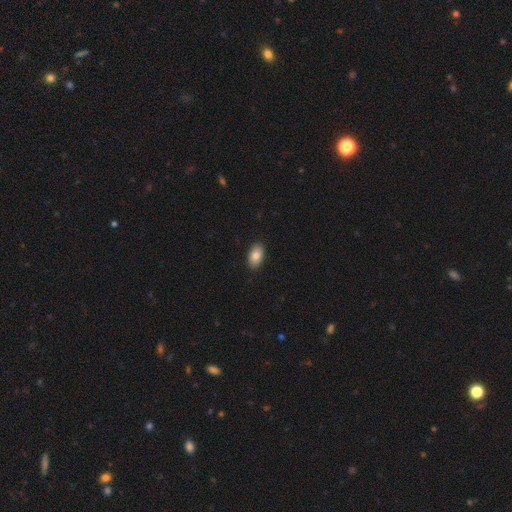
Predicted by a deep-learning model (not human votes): smooth_or_featured: smooth (p=0.84) [alt: featured or disk p=0.09]
how_rounded: in between (p=0.94) [alt: round p=0.05]
merging: none (p=0.90) [alt: minor disturbance p=0.08]